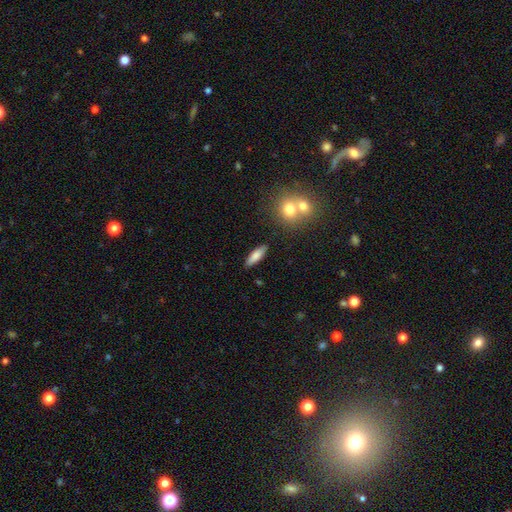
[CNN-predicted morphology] This is likely a smooth galaxy (79%). How rounded: possibly cigar-shaped (54%). Merging: clearly none (86%).